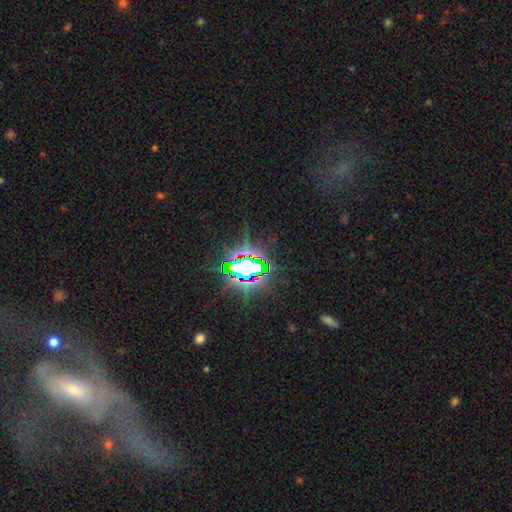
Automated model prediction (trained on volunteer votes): Smooth or featured? Predicted: star or artifact (p=0.77).